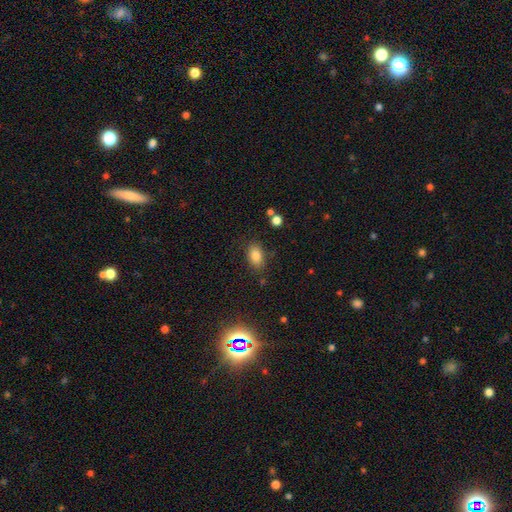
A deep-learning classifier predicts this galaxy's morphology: A smooth galaxy with no disk features (82%) that is in between round and cigar-shaped (86%). Merging: none (81%).